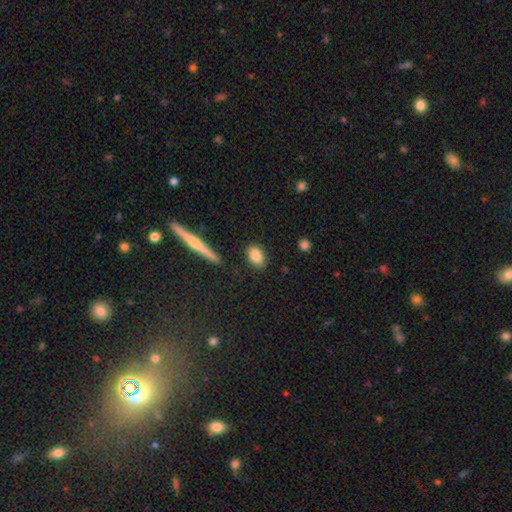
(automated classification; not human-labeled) Smooth or featured? smooth (84%)
How rounded? in between (76%)
Merging? none (85%)